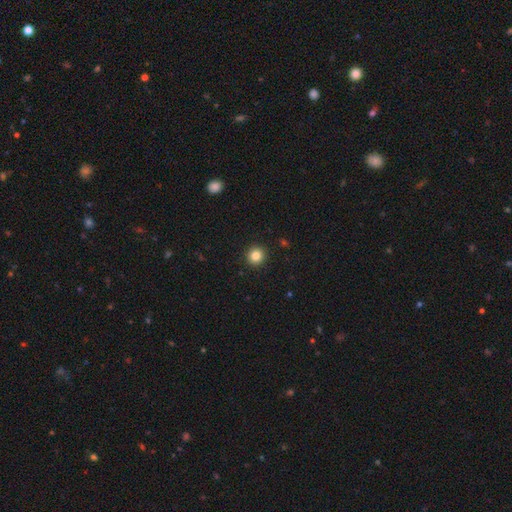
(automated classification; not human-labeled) The model was most divided on "smooth or featured": smooth: 83%, star or artifact: 11%, featured or disk: 5%. More confident: merging — none (93%); how rounded — round (93%).